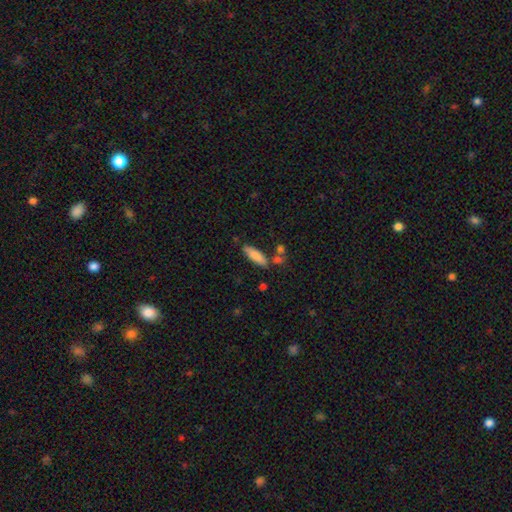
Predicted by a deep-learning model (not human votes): This is clearly a smooth galaxy (82%). How rounded: possibly cigar-shaped (52%). Merging: likely none (73%).